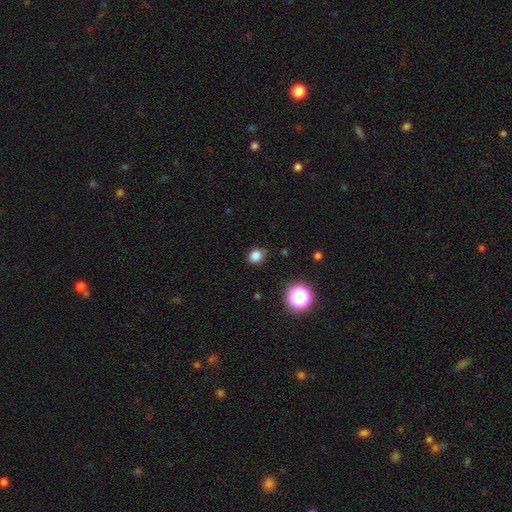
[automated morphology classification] This is clearly a smooth galaxy (81%). How rounded: likely round (76%). Merging: likely none (77%).